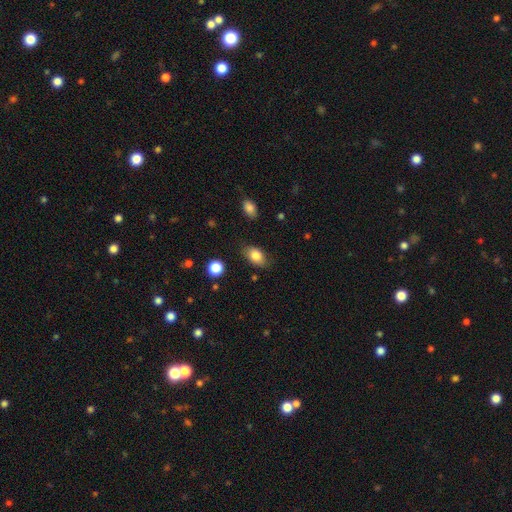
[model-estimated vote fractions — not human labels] Morphology: type=smooth (83%); roundness=in between (88%); merging=none (79%).